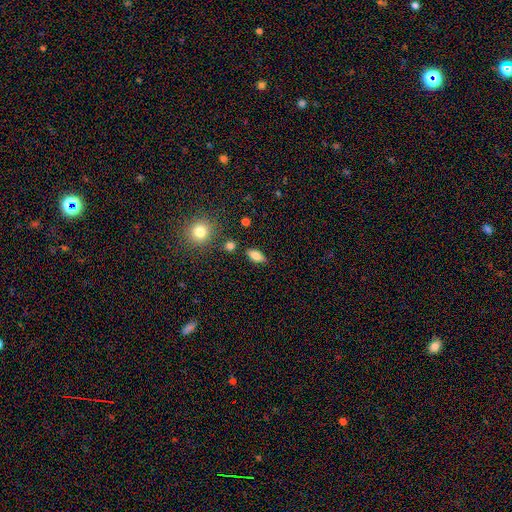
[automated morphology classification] type=smooth (79%); roundness=in between (83%); merging=none (83%).